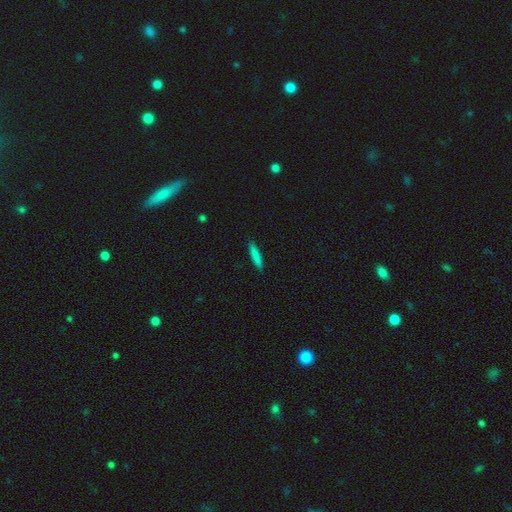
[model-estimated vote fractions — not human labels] Overall: smooth (84%). How rounded: cigar-shaped (89%). Merging: none (90%).